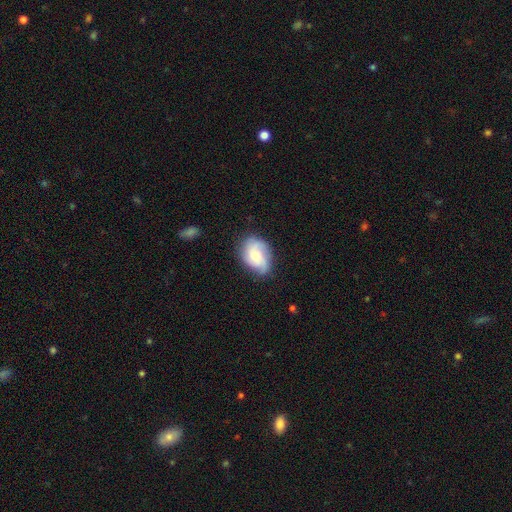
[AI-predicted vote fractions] smooth-or-featured: featured or disk: 58% | smooth: 35% | star or artifact: 7%
  disk-edge-on: no: 97% | yes: 3%
    bar: no: 71% | weak: 25% | strong: 4%
    has-spiral-arms: yes: 91% | no: 9%
      spiral-winding: medium: 45% | tight: 31% | loose: 24%
      spiral-arm-count: 3: 50% | 2: 19% | can't tell: 16% | 4: 8% | 1: 4% | more than 4: 3%
    bulge-size: moderate: 50% | small: 39% | large: 6% | none: 4% | dominant: 1%
  merging: none: 67% | minor disturbance: 23% | major disturbance: 8% | merger: 2%